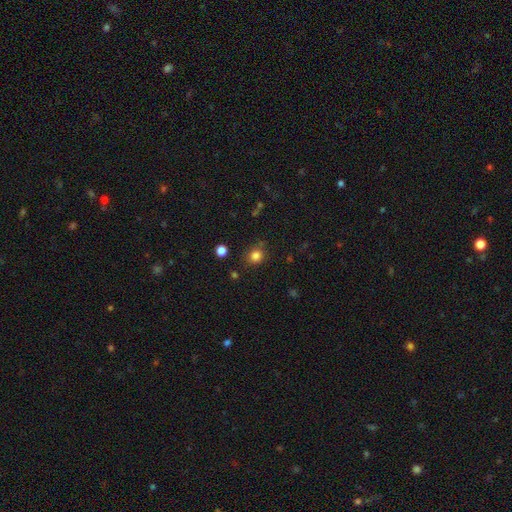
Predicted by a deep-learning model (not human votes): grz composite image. It shows a smooth galaxy with no disk features (83%) that is round (81%). Merging: none (80%).